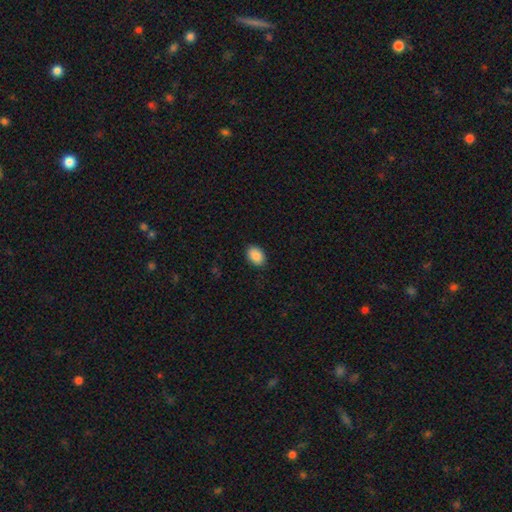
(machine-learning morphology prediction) smooth 89%, star or artifact 7%, featured or disk 4%. Down the decision tree: how rounded — in between (83%); merging — none (89%).